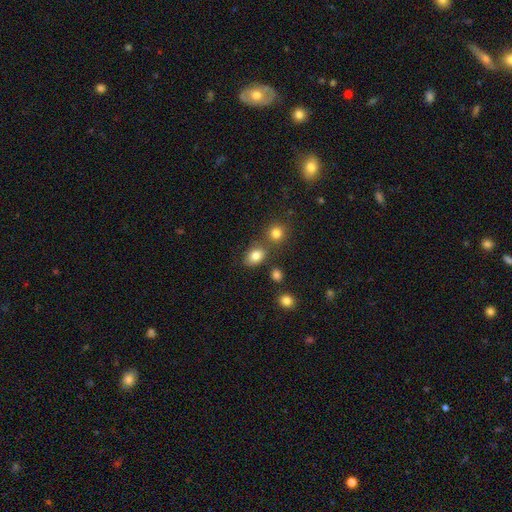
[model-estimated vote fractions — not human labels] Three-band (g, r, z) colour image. It shows a smooth galaxy with no disk features (82%) that is in between round and cigar-shaped (72%). Merging: none (66%).